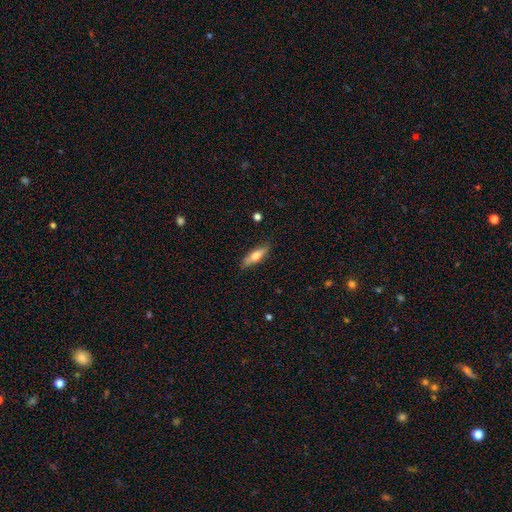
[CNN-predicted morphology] smooth-or-featured: smooth: 56% | featured or disk: 38% | star or artifact: 6%
  how-rounded: cigar-shaped: 61% | in between: 36% | round: 2%
  merging: none: 83% | minor disturbance: 13% | major disturbance: 3% | merger: 1%